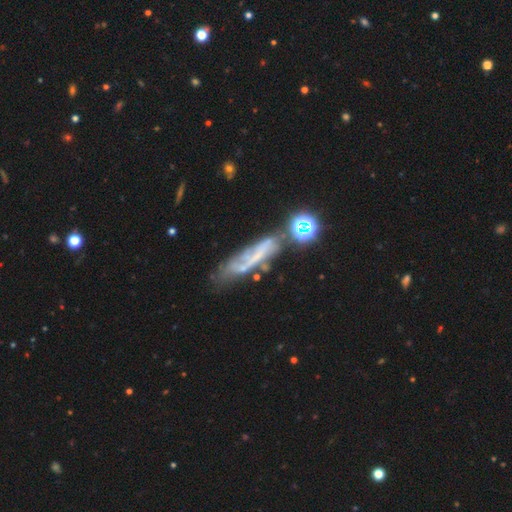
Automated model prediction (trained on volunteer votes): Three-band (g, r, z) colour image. It shows a featured or disk galaxy (56%). Merging: none (44%).